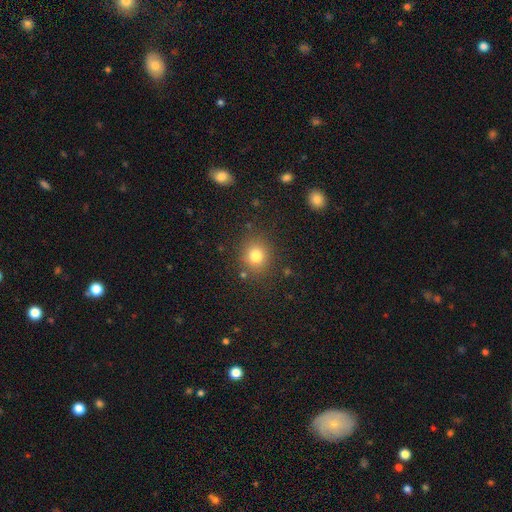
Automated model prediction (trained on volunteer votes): Smooth or featured?
  - smooth: 78% *
  - star or artifact: 14%
  - featured or disk: 7%
How rounded?
  - round: 85% *
  - in between: 14%
  - cigar-shaped: 1%
Merging?
  - none: 85% *
  - minor disturbance: 9%
  - major disturbance: 3%
  - merger: 3%